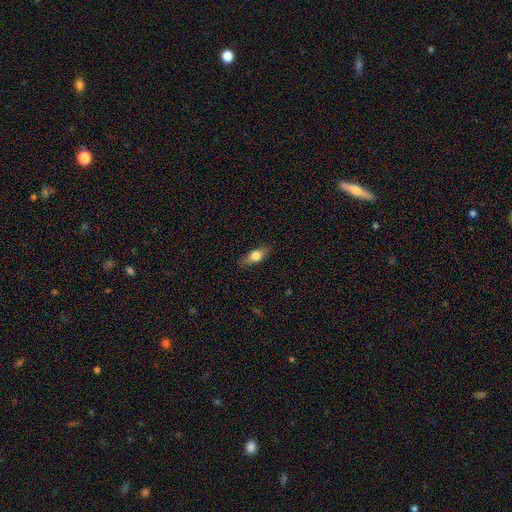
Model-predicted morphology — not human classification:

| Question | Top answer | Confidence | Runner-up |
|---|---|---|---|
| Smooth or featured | smooth | 62% | featured or disk (31%) |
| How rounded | in between | 64% | cigar-shaped (31%) |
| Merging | none | 85% | minor disturbance (11%) |